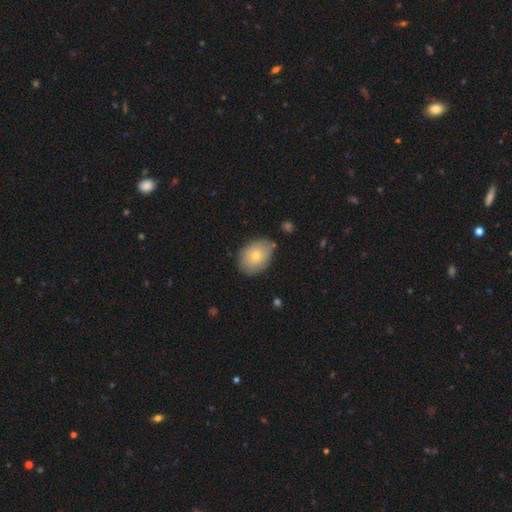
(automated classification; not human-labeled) A smooth galaxy with no disk features (73%) that is in between round and cigar-shaped (75%).

Vote fractions:
- Smooth or featured? smooth: 73% / featured or disk: 20% / star or artifact: 7%
- How rounded? in between: 75% / round: 24% / cigar-shaped: 1%
- Merging? none: 75% / minor disturbance: 19% / major disturbance: 4% / merger: 3%